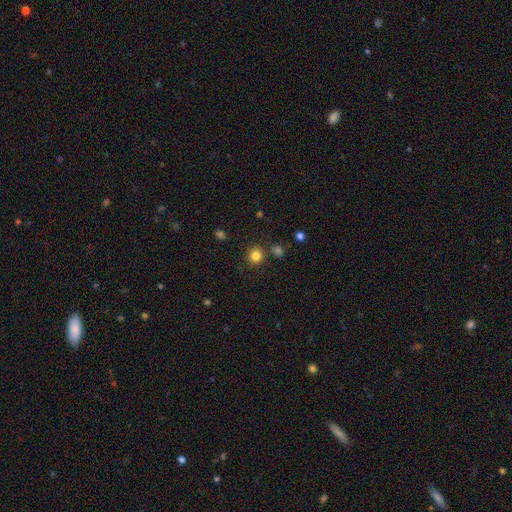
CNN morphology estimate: This appears to be a smooth galaxy with no disk features (83%) that is round (91%). Merging: none (85%).